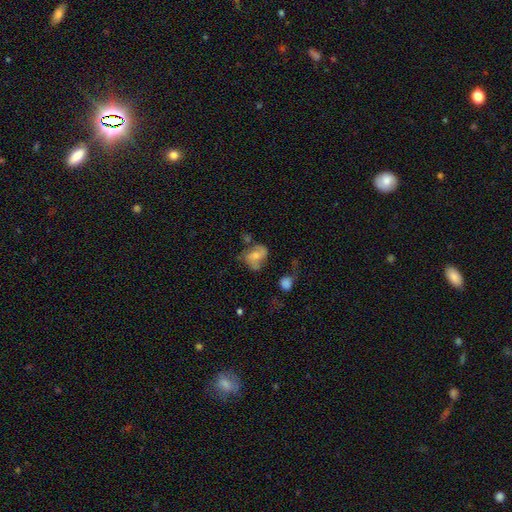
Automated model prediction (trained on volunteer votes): Smooth or featured?
  - featured or disk: 49% *
  - smooth: 41%
  - star or artifact: 10%
Merging?
  - none: 42% *
  - minor disturbance: 26%
  - major disturbance: 20%
  - merger: 12%